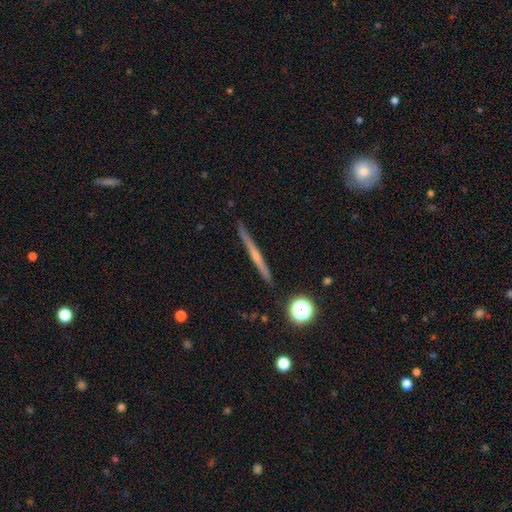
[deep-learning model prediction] Q: Smooth or featured?
A: featured or disk (65%); runner-up: smooth (26%)
Q: Edge-on disk?
A: yes (98%); runner-up: no (2%)
Q: Edge-on bulge?
A: rounded (48%); runner-up: none (46%)
Q: Merging?
A: none (91%); runner-up: minor disturbance (6%)